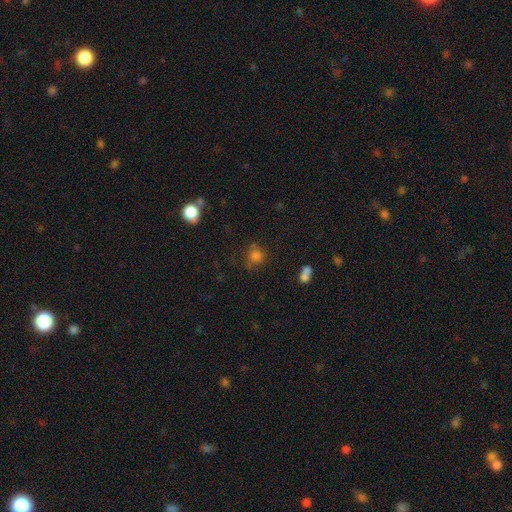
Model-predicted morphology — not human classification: Smooth or featured?
  - smooth: 76% *
  - star or artifact: 16%
  - featured or disk: 9%
How rounded?
  - round: 84% *
  - in between: 15%
  - cigar-shaped: 1%
Merging?
  - none: 63% *
  - minor disturbance: 17%
  - merger: 11%
  - major disturbance: 8%